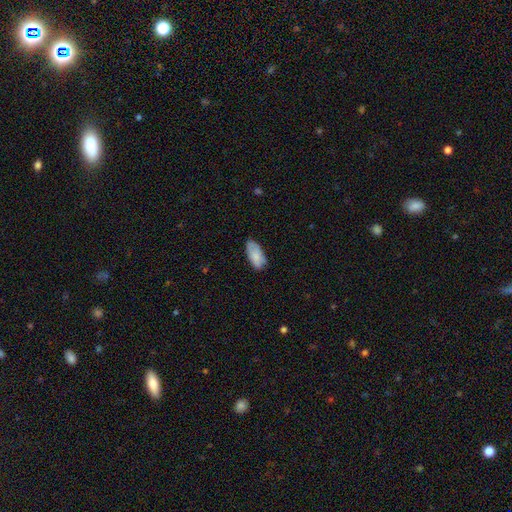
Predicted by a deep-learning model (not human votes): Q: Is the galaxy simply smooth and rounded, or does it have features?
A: smooth — 78%.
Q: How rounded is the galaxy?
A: in between — 91%.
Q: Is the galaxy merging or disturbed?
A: none — 70%.